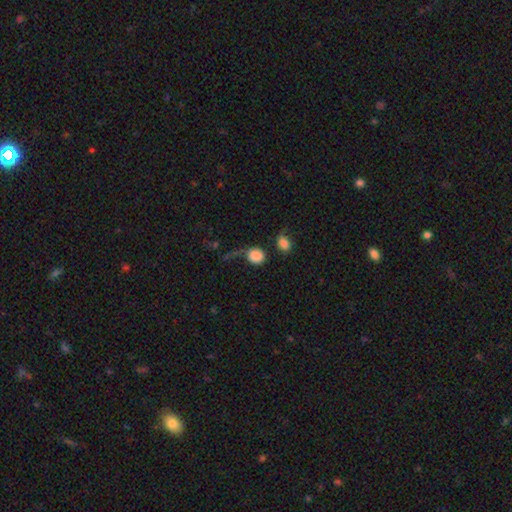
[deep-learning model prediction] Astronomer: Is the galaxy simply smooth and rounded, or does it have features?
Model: smooth — 82%.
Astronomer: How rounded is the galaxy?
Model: round — 81%.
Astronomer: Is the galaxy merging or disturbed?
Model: none — 36% (runner-up: major disturbance, 27%).